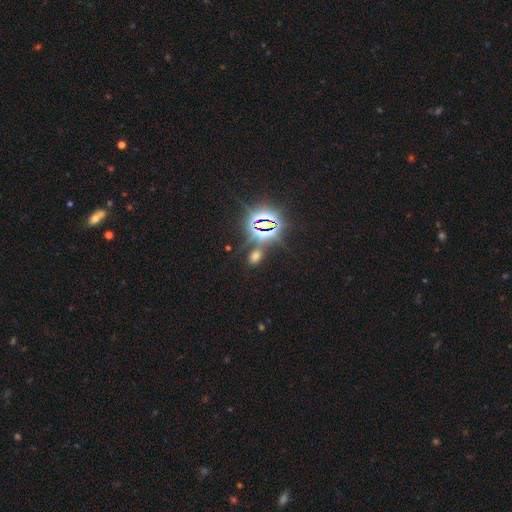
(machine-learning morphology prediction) A star or artifact, not a galaxy (48%).